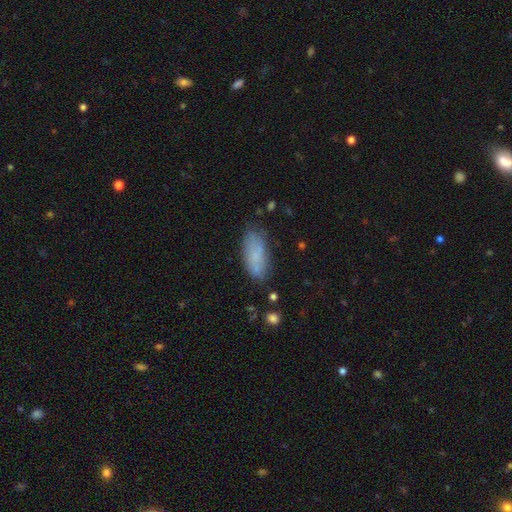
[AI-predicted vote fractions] Smooth or featured?
  - smooth: 76% *
  - featured or disk: 16%
  - star or artifact: 8%
How rounded?
  - in between: 82% *
  - cigar-shaped: 16%
  - round: 2%
Merging?
  - none: 69% *
  - minor disturbance: 21%
  - major disturbance: 6%
  - merger: 4%